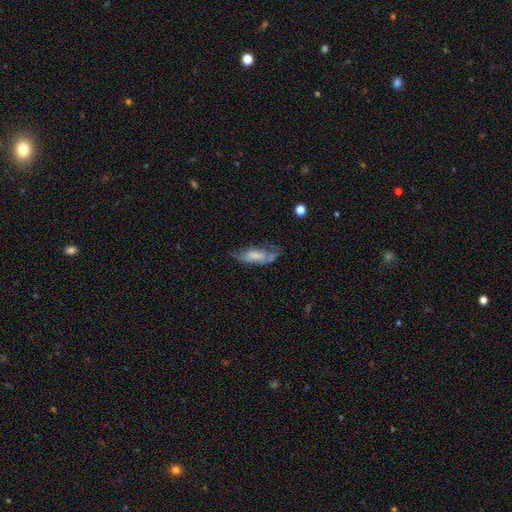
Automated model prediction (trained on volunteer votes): Q: Smooth or featured?
A: smooth (53%); runner-up: featured or disk (38%)
Q: How rounded?
A: in between (61%); runner-up: cigar-shaped (37%)
Q: Merging?
A: none (39%); runner-up: minor disturbance (31%)